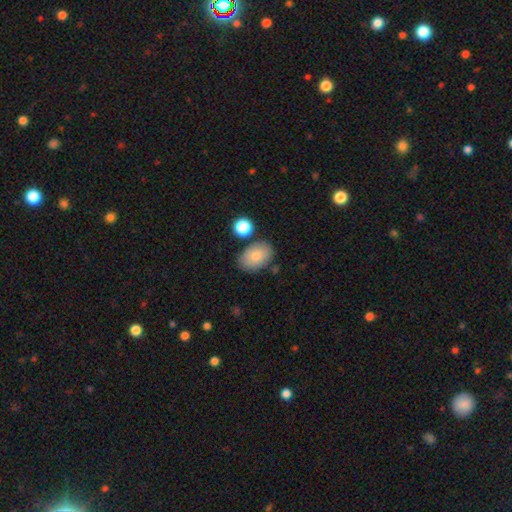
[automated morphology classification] type=smooth (82%); roundness=in between (87%); merging=none (74%).